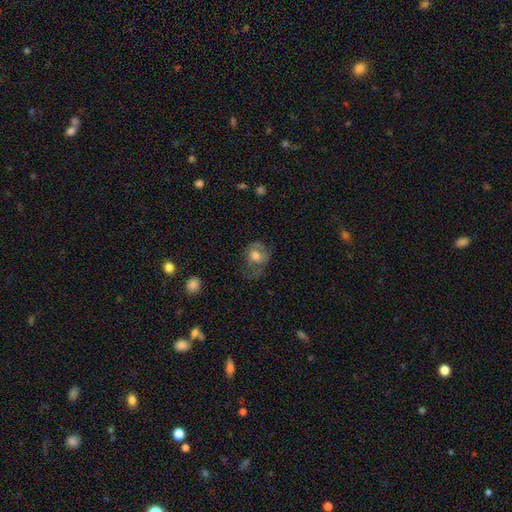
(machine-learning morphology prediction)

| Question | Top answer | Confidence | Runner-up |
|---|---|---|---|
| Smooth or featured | smooth | 56% | featured or disk (35%) |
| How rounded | round | 59% | in between (40%) |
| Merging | none | 40% | major disturbance (33%) |